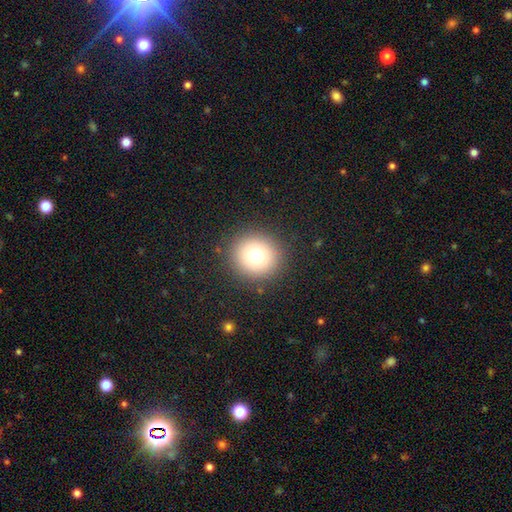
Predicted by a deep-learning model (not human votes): smooth 75%, star or artifact 15%, featured or disk 11%. Down the decision tree: how rounded — round (92%); merging — none (89%).